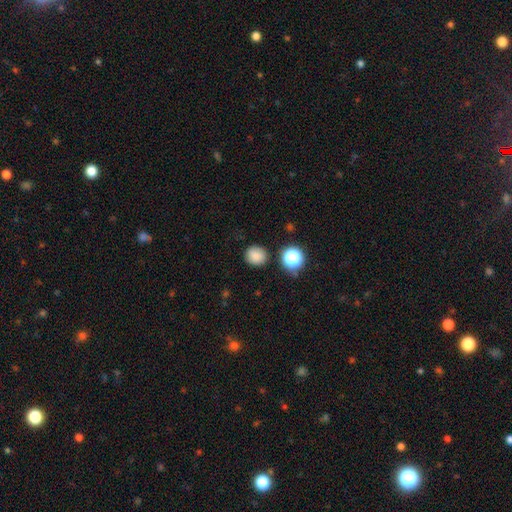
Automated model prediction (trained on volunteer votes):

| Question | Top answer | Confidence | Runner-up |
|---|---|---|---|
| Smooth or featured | smooth | 83% | star or artifact (12%) |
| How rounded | round | 88% | in between (11%) |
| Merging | none | 86% | minor disturbance (9%) |